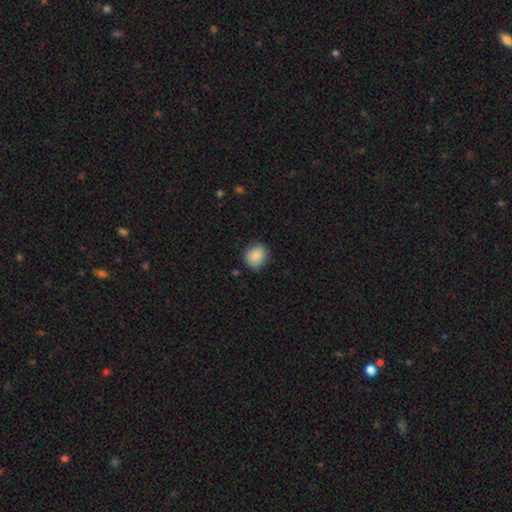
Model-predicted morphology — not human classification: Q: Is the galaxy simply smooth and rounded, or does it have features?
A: smooth — 87%.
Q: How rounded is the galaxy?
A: round — 70%.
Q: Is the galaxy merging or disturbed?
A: none — 81%.